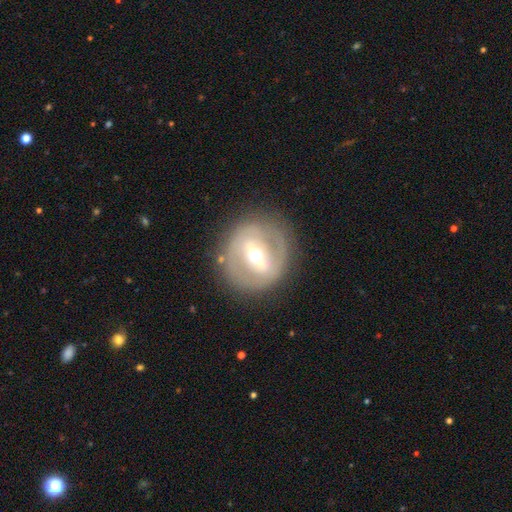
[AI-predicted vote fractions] Smooth or featured: featured or disk — 69% (smooth — 25%)
Edge-on disk: no — 94% (yes — 6%)
Bar: strong — 43% (weak — 38%)
Spiral arms: no — 58% (yes — 42%)
Bulge size: moderate — 71% (small — 19%)
Merging: none — 79% (minor disturbance — 13%)